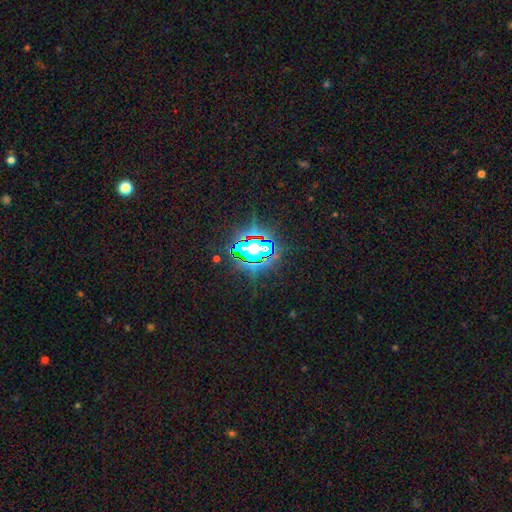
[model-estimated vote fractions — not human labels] Smooth or featured? Predicted: star or artifact (p=0.74).